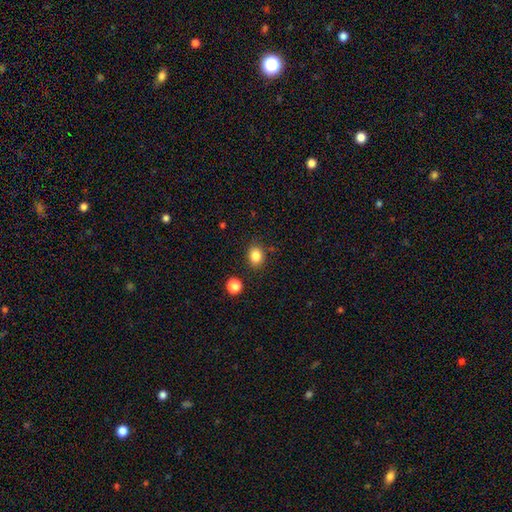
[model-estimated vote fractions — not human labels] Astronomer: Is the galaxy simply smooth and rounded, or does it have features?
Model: smooth — 84%.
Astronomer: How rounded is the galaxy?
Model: round — 53% (runner-up: in between, 46%).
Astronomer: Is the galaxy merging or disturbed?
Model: none — 85%.